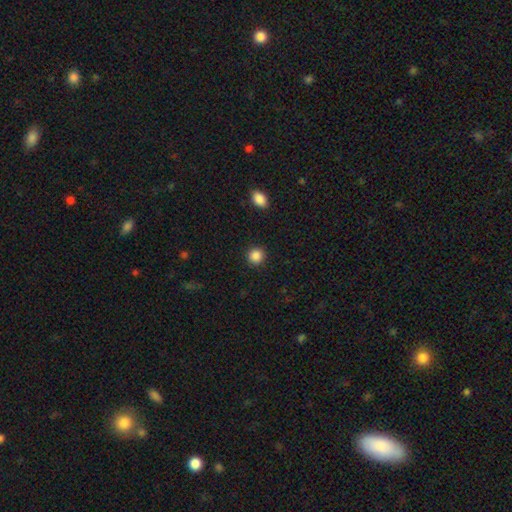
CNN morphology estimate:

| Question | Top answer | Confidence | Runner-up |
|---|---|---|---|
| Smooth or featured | smooth | 87% | star or artifact (10%) |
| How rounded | round | 92% | in between (7%) |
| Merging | none | 92% | minor disturbance (5%) |